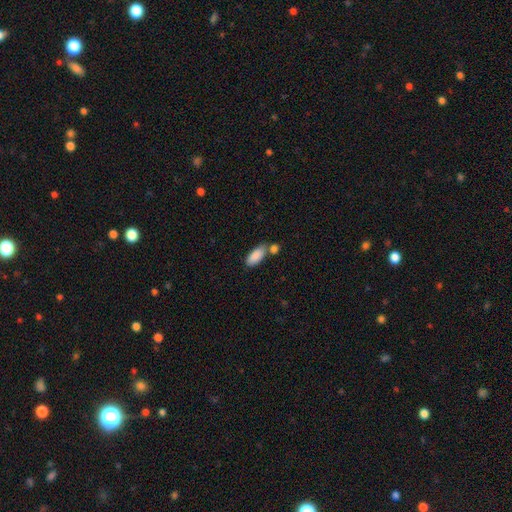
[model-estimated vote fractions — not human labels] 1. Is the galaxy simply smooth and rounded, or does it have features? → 88% smooth, 6% star or artifact, 6% featured or disk.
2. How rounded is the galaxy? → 86% in between, 11% cigar-shaped, 2% round.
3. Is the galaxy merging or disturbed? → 52% none, 31% merger, 13% minor disturbance, 4% major disturbance.